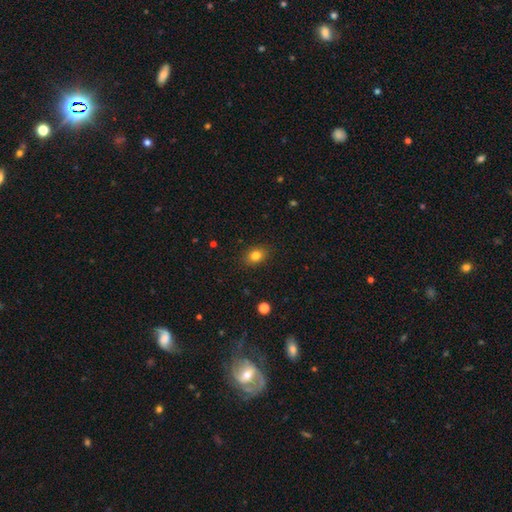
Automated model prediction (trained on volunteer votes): smooth 81%, star or artifact 11%, featured or disk 8%. Down the decision tree: how rounded — in between (65%); merging — none (88%).